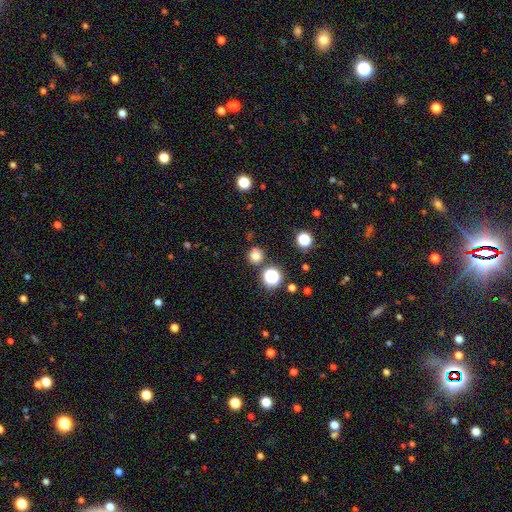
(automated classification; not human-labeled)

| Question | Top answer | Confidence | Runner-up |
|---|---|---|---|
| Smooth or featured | smooth | 76% | star or artifact (19%) |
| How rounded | round | 91% | in between (8%) |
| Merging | none | 82% | minor disturbance (9%) |